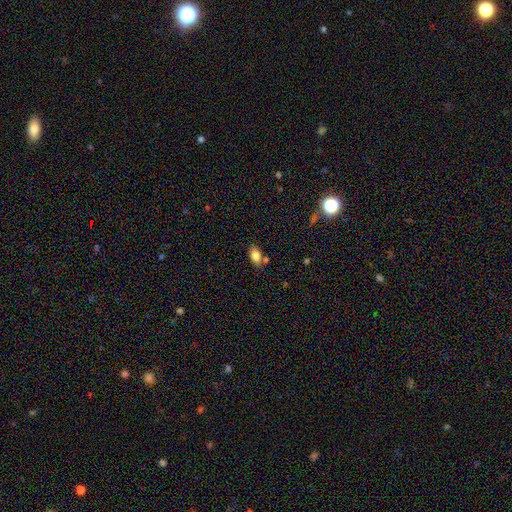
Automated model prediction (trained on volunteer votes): This appears to be a smooth galaxy with no disk features (81%) that is in between round and cigar-shaped (87%). Merging: none (70%).